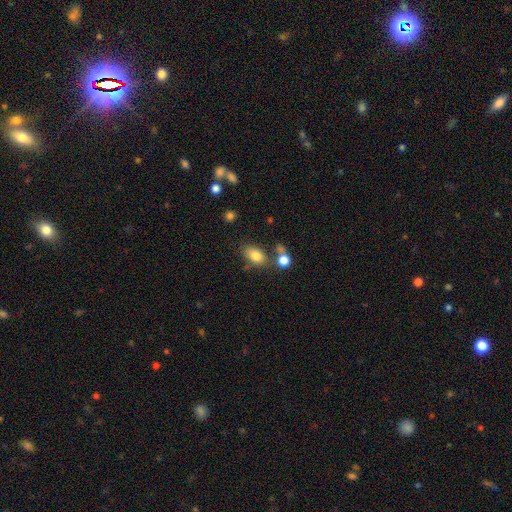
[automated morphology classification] type=smooth (80%); roundness=in between (85%); merging=none (61%).